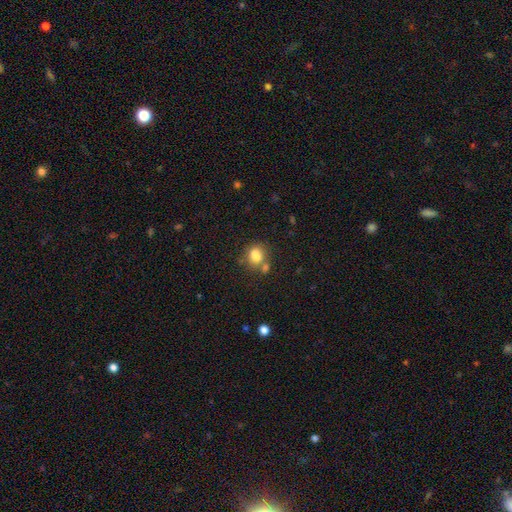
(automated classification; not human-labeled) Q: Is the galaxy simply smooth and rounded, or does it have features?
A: smooth — 79%.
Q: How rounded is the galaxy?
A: round — 55%.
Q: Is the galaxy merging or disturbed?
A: none — 55%.